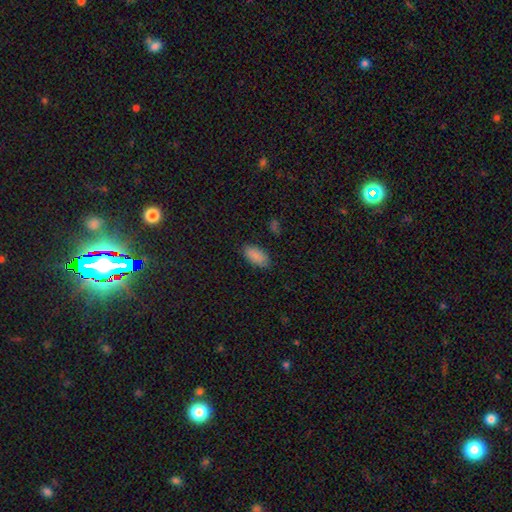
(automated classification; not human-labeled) Morphology: type=smooth (86%); roundness=in between (93%); merging=none (83%).